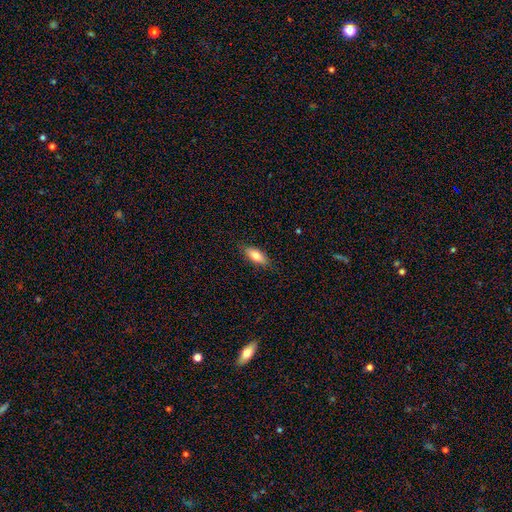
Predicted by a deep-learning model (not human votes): Smooth or featured?
  - smooth: 78% *
  - featured or disk: 16%
  - star or artifact: 6%
How rounded?
  - in between: 73% *
  - cigar-shaped: 25%
  - round: 2%
Merging?
  - none: 84% *
  - minor disturbance: 13%
  - major disturbance: 3%
  - merger: 1%